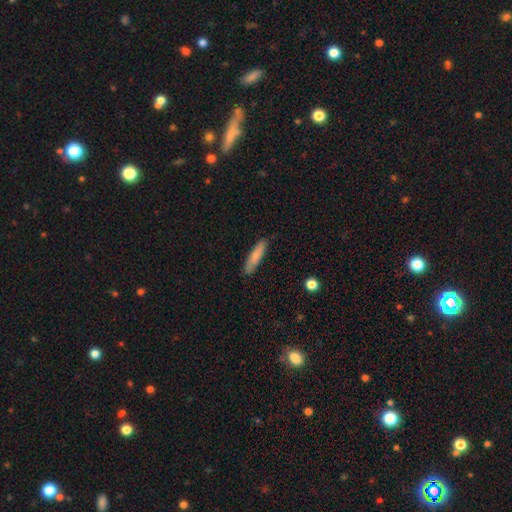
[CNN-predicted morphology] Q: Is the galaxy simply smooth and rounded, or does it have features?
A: smooth — 82%.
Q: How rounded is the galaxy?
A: cigar-shaped — 78%.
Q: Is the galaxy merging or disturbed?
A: none — 84%.